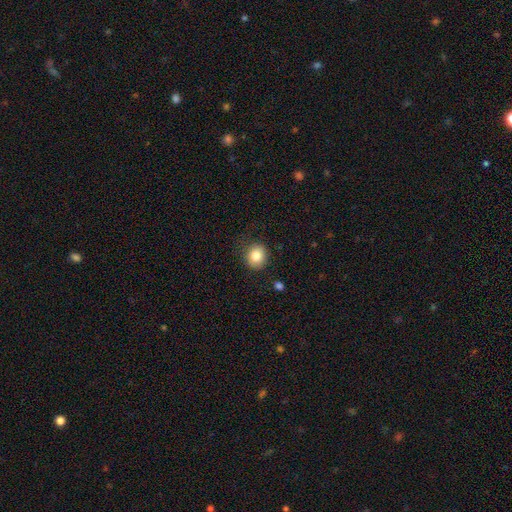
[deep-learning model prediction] A smooth galaxy with no disk features (83%) that is round (82%).

Vote fractions:
- Smooth or featured? smooth: 83% / star or artifact: 10% / featured or disk: 8%
- How rounded? round: 82% / in between: 17% / cigar-shaped: 1%
- Merging? none: 82% / minor disturbance: 12% / major disturbance: 4% / merger: 2%